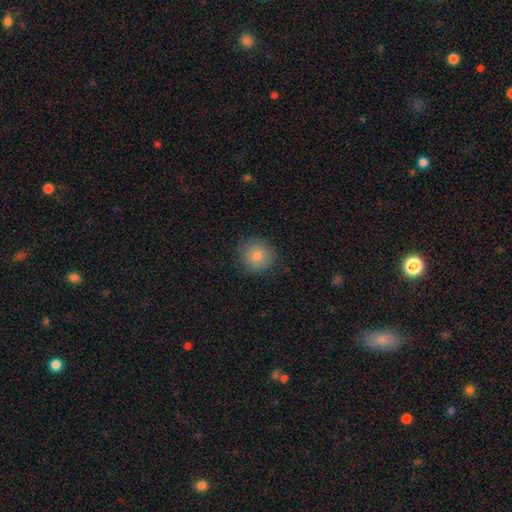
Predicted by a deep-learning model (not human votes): Q: Smooth or featured?
A: smooth (81%); runner-up: star or artifact (10%)
Q: How rounded?
A: round (92%); runner-up: in between (7%)
Q: Merging?
A: none (86%); runner-up: minor disturbance (10%)